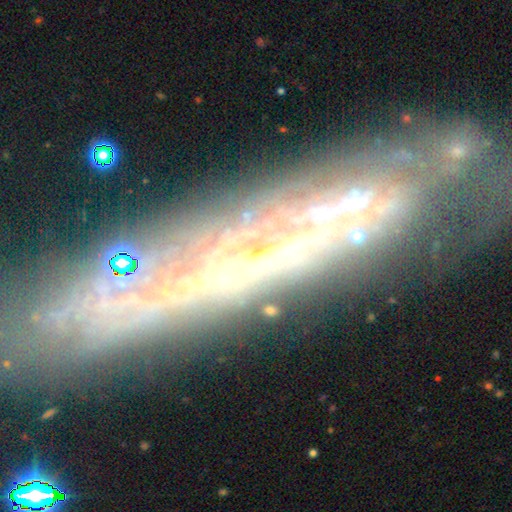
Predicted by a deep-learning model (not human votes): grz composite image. It shows a featured or disk galaxy (69%) viewed edge-on (66%). Merging: none (63%).